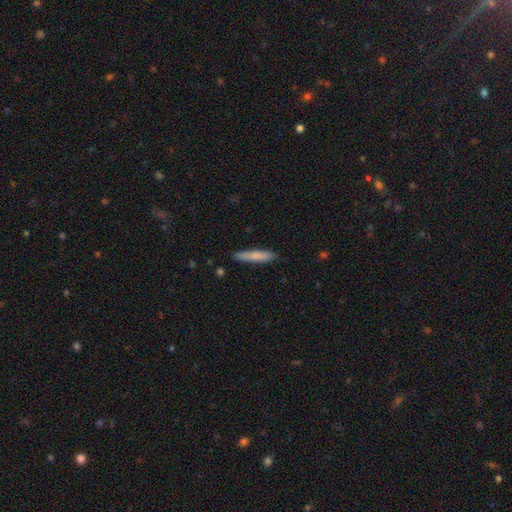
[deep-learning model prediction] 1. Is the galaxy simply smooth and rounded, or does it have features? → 75% smooth, 20% featured or disk, 6% star or artifact.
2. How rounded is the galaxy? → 91% cigar-shaped, 8% in between, 1% round.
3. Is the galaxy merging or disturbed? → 88% none, 10% minor disturbance, 2% major disturbance, 1% merger.